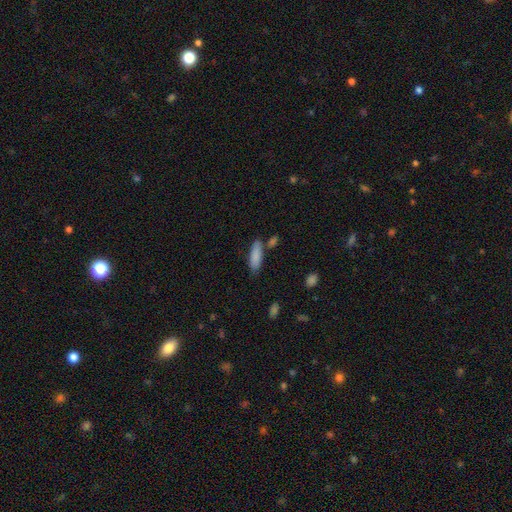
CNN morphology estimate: Overall: smooth (86%). How rounded: in between (50%; cigar-shaped 48%). Merging: none (71%).